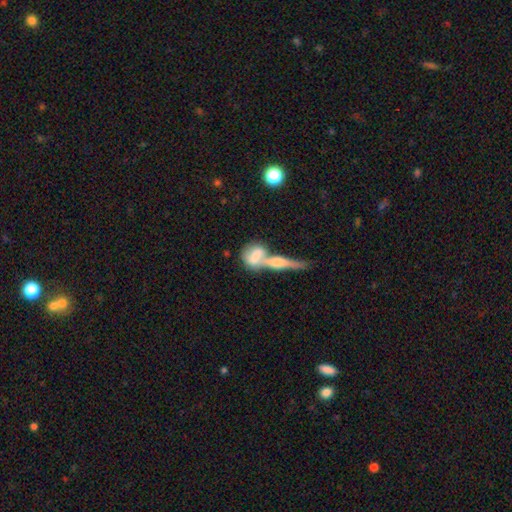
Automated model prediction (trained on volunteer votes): Overall: smooth (55%; featured or disk 37%). How rounded: in between (51%; round 27%). Merging: merger (61%; none 23%).